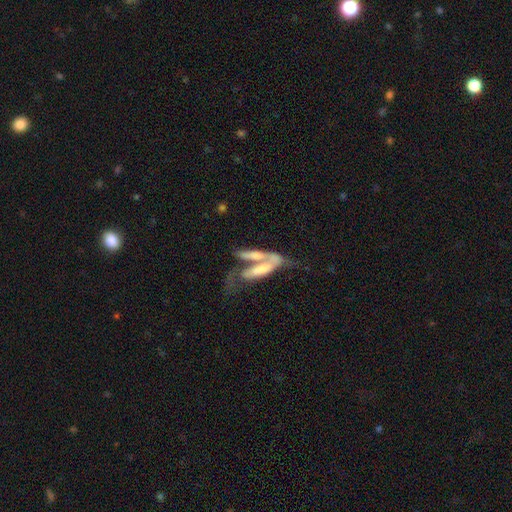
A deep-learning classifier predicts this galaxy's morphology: Overall: smooth (47%; featured or disk 46%). Merging: merger (63%).